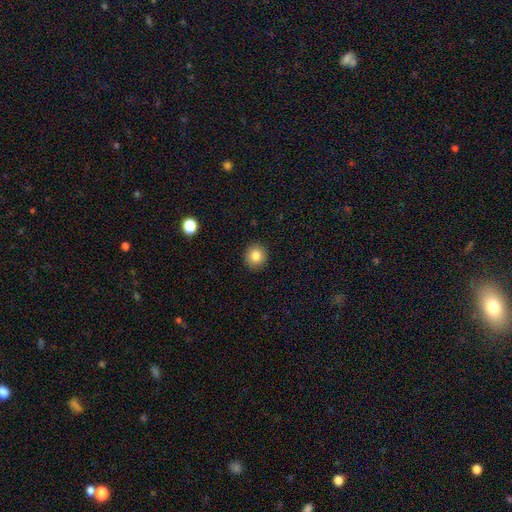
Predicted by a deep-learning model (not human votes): smooth-or-featured: smooth: 84% | star or artifact: 10% | featured or disk: 7%
  how-rounded: round: 89% | in between: 10% | cigar-shaped: 1%
  merging: none: 92% | minor disturbance: 6% | major disturbance: 2% | merger: 1%